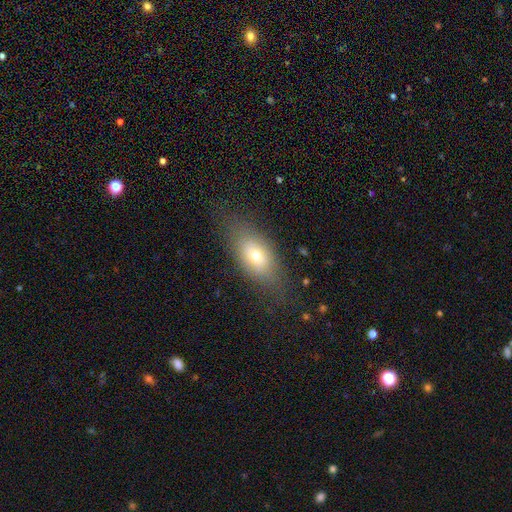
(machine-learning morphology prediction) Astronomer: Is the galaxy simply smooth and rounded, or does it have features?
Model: smooth — 67%.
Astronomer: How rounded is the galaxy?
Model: in between — 80%.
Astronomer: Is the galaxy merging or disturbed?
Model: none — 73%.